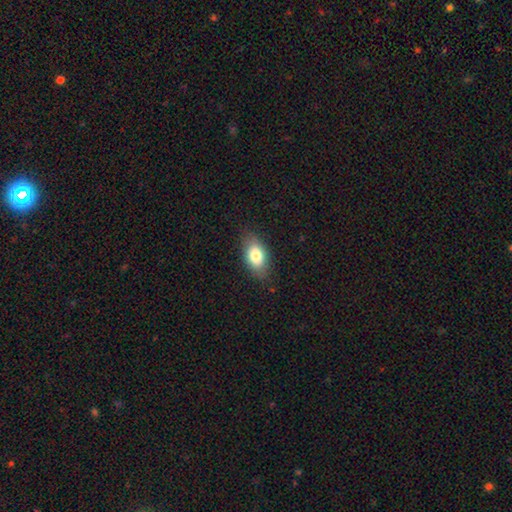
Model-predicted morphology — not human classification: smooth_or_featured: smooth (p=0.79) [alt: featured or disk p=0.14]
how_rounded: in between (p=0.90) [alt: round p=0.06]
merging: none (p=0.82) [alt: minor disturbance p=0.14]